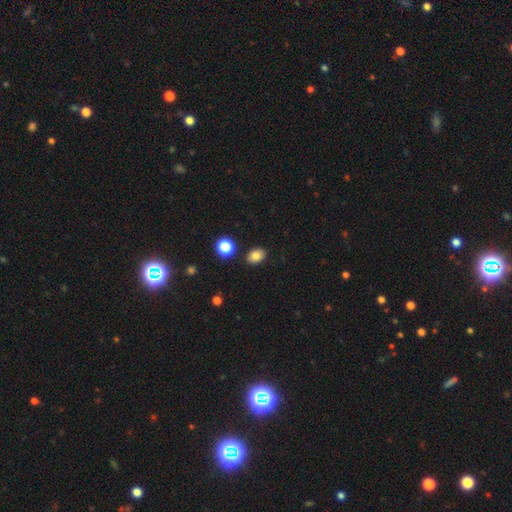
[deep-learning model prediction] Q: Smooth or featured?
A: smooth (82%); runner-up: star or artifact (11%)
Q: How rounded?
A: in between (71%); runner-up: round (28%)
Q: Merging?
A: none (86%); runner-up: minor disturbance (9%)